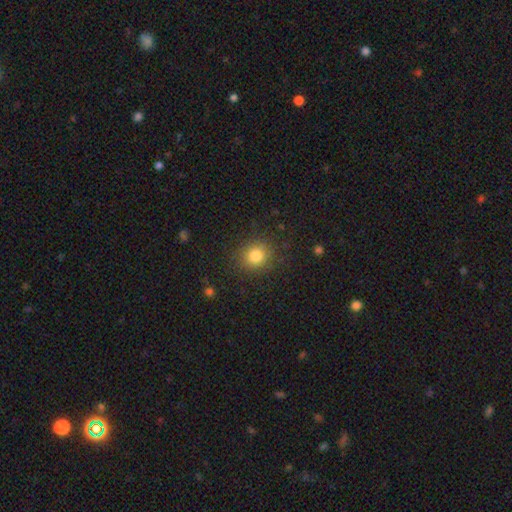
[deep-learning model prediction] Morphology: type=smooth (82%); roundness=round (84%); merging=none (86%).